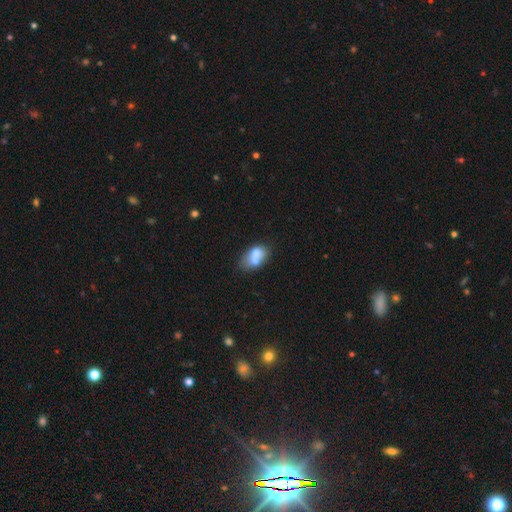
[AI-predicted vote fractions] smooth 70%, featured or disk 21%, star or artifact 9%. Down the decision tree: how rounded — in between (83%); merging — merger (38%).